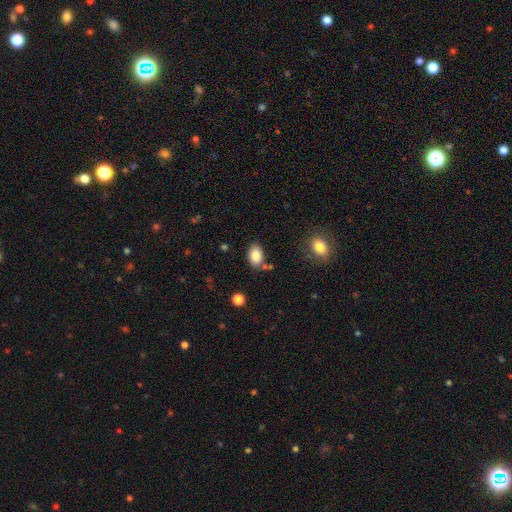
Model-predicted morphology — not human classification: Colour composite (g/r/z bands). It shows a smooth galaxy with no disk features (86%) that is in between round and cigar-shaped (85%). Merging: none (74%).